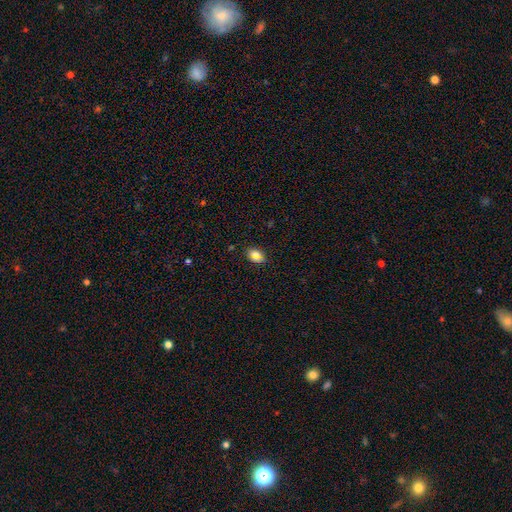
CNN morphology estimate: A smooth galaxy with no disk features (73%) that is in between round and cigar-shaped (71%).

Vote fractions:
- Smooth or featured? smooth: 73% / star or artifact: 16% / featured or disk: 11%
- How rounded? in between: 71% / round: 27% / cigar-shaped: 2%
- Merging? none: 83% / minor disturbance: 12% / major disturbance: 3% / merger: 3%